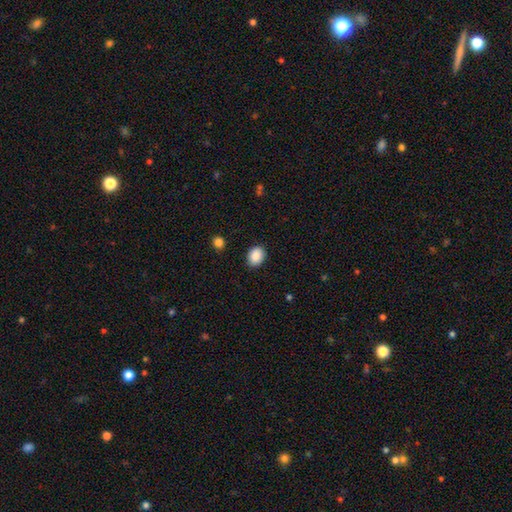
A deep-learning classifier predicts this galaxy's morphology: The model was most divided on "how rounded": in between: 58%, round: 42%, cigar-shaped: 1%. More confident: smooth or featured — smooth (89%); merging — none (87%).